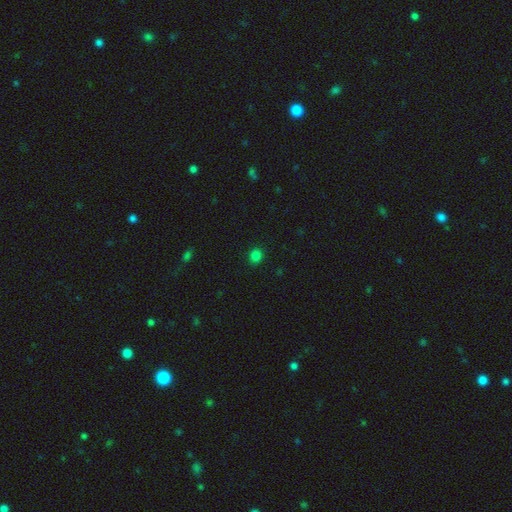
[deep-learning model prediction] Smooth or featured? Predicted: smooth (p=0.82). How rounded? Predicted: round (p=0.74). Merging? Predicted: none (p=0.90).